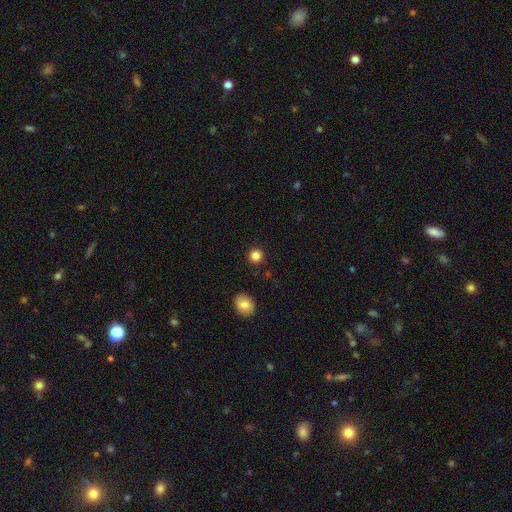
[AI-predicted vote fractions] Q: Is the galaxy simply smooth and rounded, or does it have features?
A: smooth — 85%.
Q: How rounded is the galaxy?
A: round — 94%.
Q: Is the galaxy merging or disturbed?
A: none — 91%.